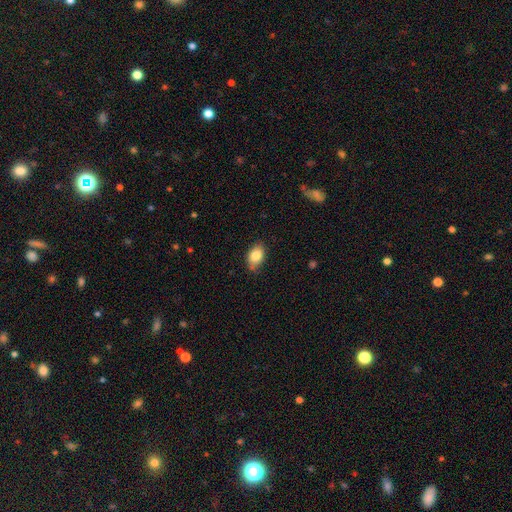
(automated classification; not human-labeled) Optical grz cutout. It shows a smooth galaxy with no disk features (84%) that is in between round and cigar-shaped (84%). Merging: none (77%).